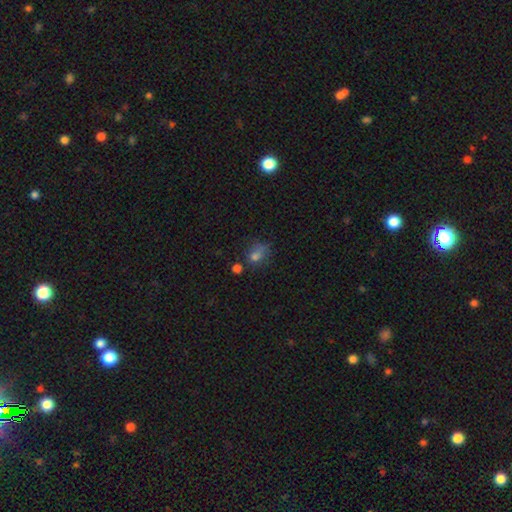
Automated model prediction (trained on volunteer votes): smooth-or-featured: smooth: 66% | star or artifact: 21% | featured or disk: 14%
  how-rounded: in between: 54% | round: 43% | cigar-shaped: 3%
  merging: none: 44% | minor disturbance: 27% | major disturbance: 20% | merger: 10%